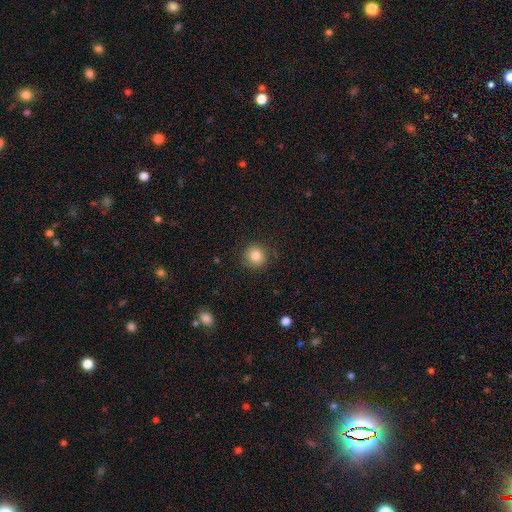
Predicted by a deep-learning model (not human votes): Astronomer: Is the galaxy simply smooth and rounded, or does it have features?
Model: smooth — 83%.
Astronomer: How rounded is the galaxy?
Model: round — 92%.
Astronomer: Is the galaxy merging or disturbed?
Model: none — 88%.